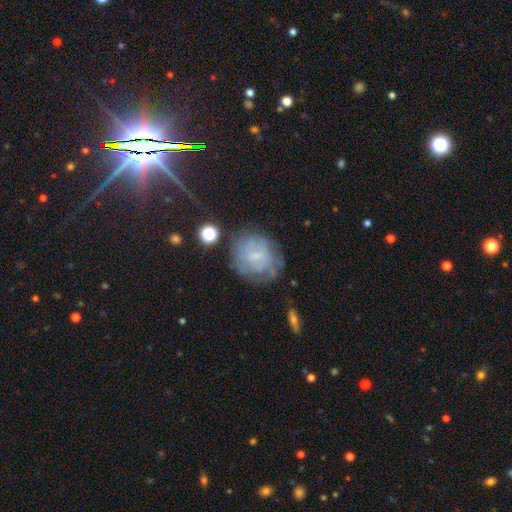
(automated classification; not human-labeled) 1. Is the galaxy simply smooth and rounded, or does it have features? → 51% featured or disk, 36% smooth, 13% star or artifact.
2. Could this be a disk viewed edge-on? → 96% no, 4% yes.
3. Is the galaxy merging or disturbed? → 62% none, 21% minor disturbance, 13% major disturbance, 4% merger.